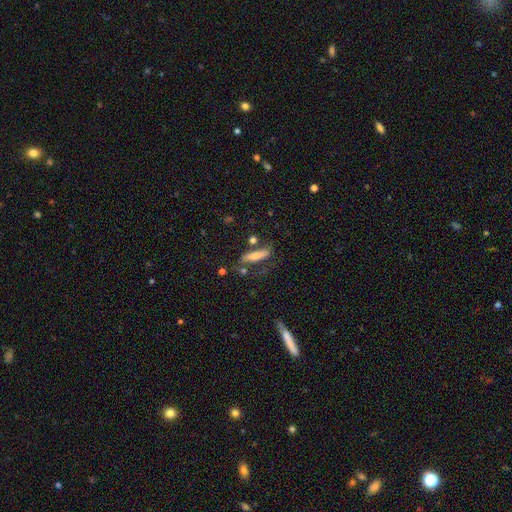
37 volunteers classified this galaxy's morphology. A smooth galaxy with no disk features (62%) that is cigar-shaped (87%). Merging: none (58%).